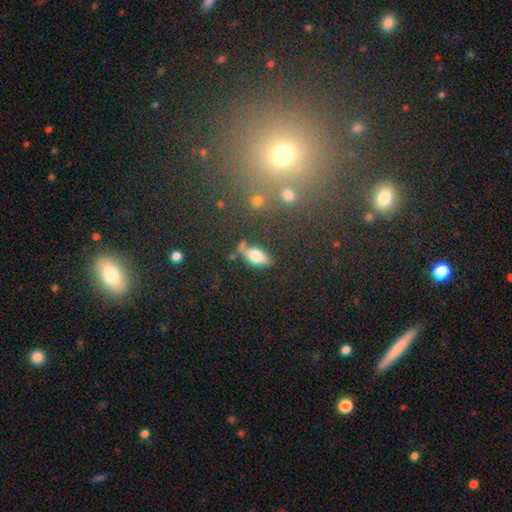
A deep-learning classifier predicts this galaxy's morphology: This appears to be a smooth galaxy with no disk features (71%) that is in between round and cigar-shaped (82%). Merging: none (66%).